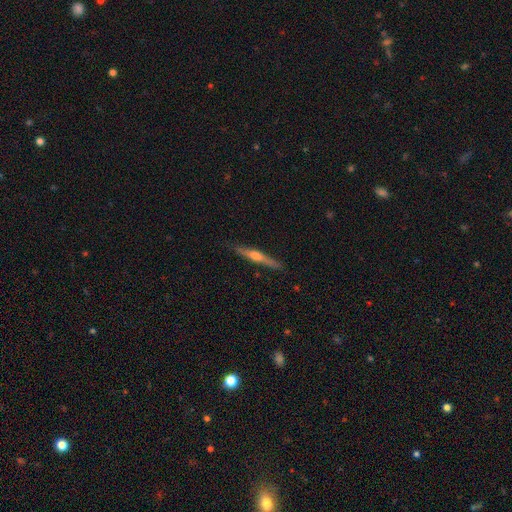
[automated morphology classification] type=featured or disk (71%); edge-on=yes (98%); edge-on bulge=rounded (86%); merging=none (88%).